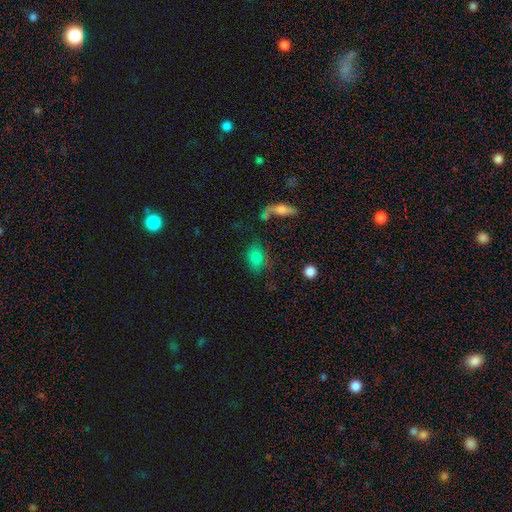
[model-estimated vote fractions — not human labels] Q: Smooth or featured?
A: smooth (77%); runner-up: star or artifact (11%)
Q: How rounded?
A: in between (75%); runner-up: round (21%)
Q: Merging?
A: none (62%); runner-up: minor disturbance (19%)